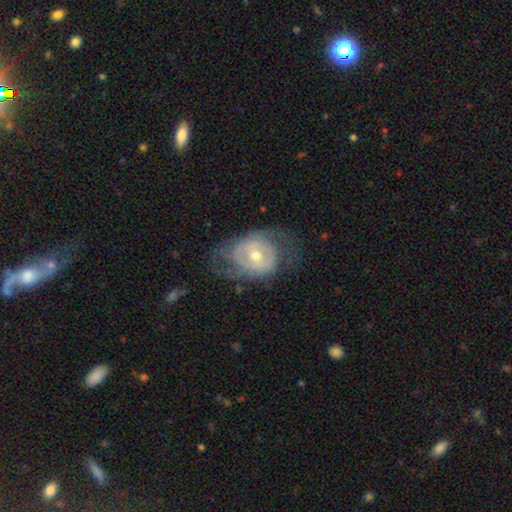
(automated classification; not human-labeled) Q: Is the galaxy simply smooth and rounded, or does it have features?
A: featured or disk — 72%.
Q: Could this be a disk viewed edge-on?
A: no — 96%.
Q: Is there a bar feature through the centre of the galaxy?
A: no — 59%.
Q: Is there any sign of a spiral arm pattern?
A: yes — 70%.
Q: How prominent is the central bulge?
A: moderate — 60%.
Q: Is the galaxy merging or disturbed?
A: none — 54%.